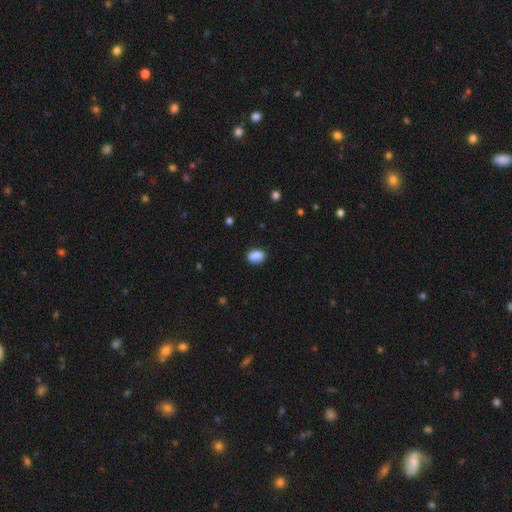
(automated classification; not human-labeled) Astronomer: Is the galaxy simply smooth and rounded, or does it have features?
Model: smooth — 88%.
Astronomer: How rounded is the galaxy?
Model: in between — 79%.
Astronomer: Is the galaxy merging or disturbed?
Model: none — 84%.